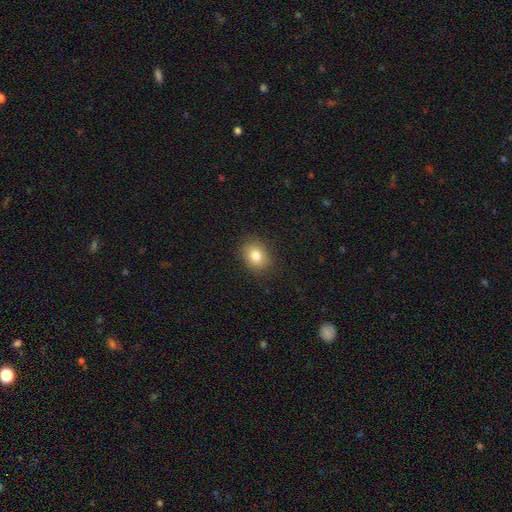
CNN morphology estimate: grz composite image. It shows a smooth galaxy with no disk features (82%) that is in between round and cigar-shaped (56%). Merging: none (87%).